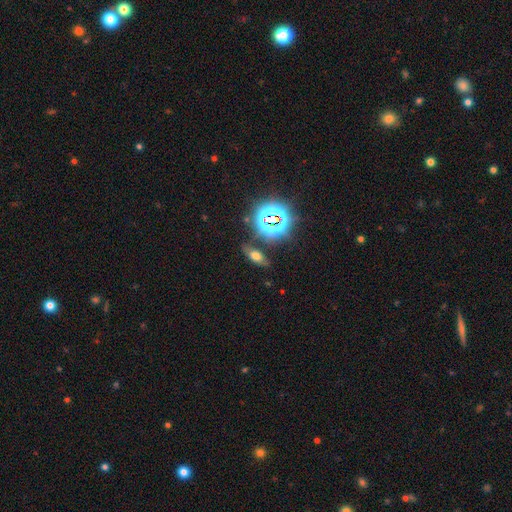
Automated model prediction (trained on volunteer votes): Morphology: type=smooth (49%); merging=none (79%).